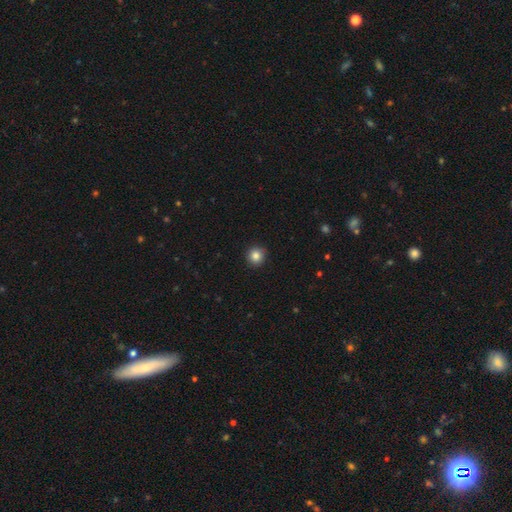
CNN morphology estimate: This is clearly a smooth galaxy (85%). How rounded: clearly round (94%). Merging: clearly none (92%).